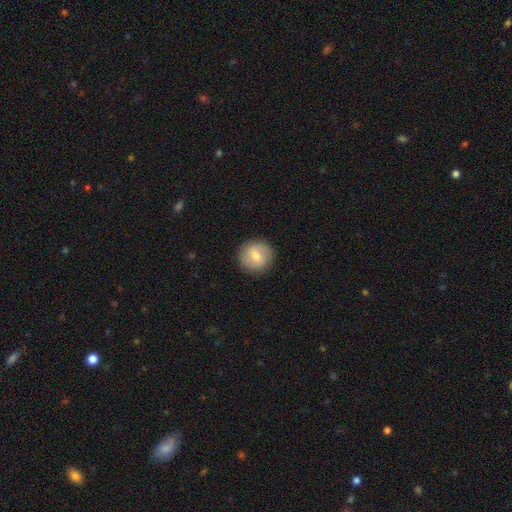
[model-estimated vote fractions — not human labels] smooth-or-featured: smooth: 65% | featured or disk: 28% | star or artifact: 7%
  how-rounded: round: 92% | in between: 7% | cigar-shaped: 1%
  merging: none: 89% | minor disturbance: 8% | major disturbance: 2% | merger: 1%